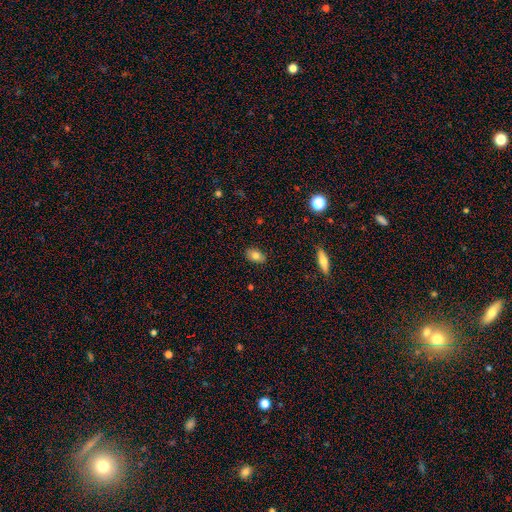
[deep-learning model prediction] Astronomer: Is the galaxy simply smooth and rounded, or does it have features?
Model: smooth — 79%.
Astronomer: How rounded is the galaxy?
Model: in between — 86%.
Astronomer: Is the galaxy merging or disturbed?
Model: none — 87%.